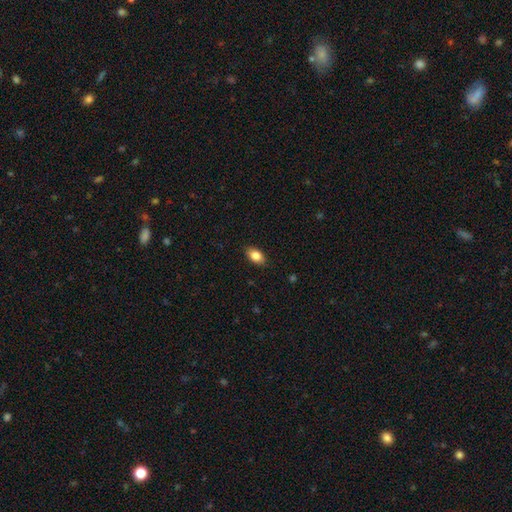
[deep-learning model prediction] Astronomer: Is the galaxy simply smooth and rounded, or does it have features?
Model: smooth — 85%.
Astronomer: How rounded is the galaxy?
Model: in between — 88%.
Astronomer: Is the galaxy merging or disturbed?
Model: none — 86%.